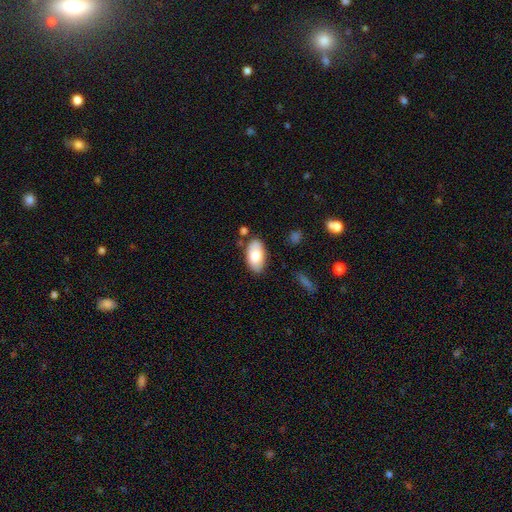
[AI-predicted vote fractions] Smooth or featured? smooth (76%)
How rounded? in between (95%)
Merging? none (79%)